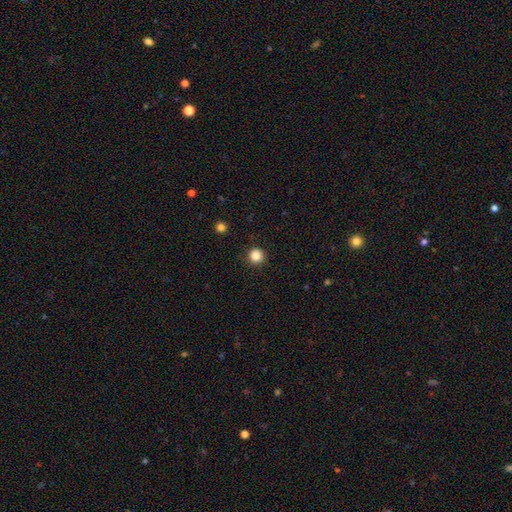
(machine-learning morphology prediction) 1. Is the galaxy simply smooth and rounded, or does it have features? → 85% smooth, 11% star or artifact, 4% featured or disk.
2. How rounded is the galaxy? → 95% round, 4% in between, 1% cigar-shaped.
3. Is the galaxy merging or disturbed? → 92% none, 5% minor disturbance, 2% major disturbance, 1% merger.